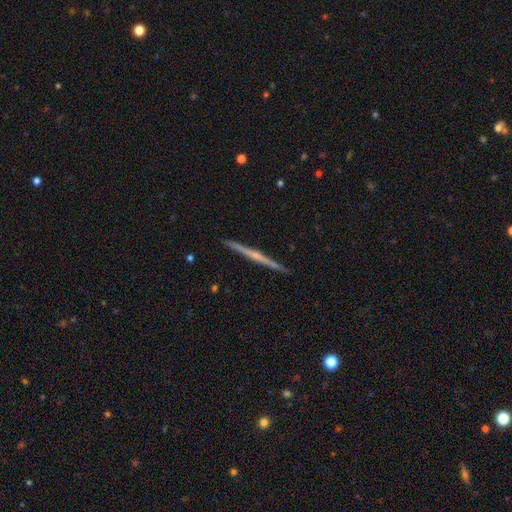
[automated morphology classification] A featured or disk galaxy (73%) viewed edge-on (99%) with no central bulge (46%, tied with rounded). Merging: none (93%).